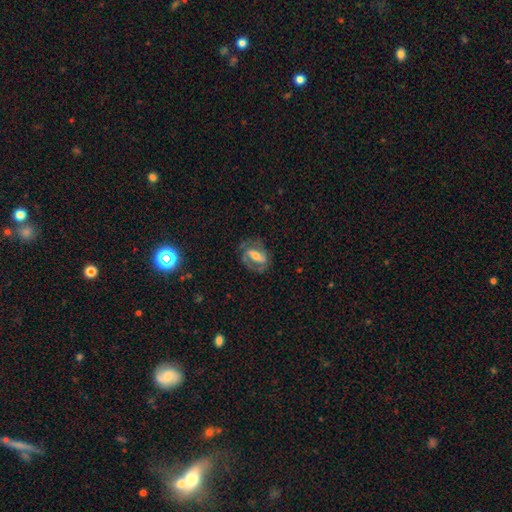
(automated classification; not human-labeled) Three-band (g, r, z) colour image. It shows a featured or disk galaxy (73%) with a strong bar (52%), 2 (81%) medium (47%) spiral arms (83%) and a moderate central bulge (55%). Merging: none (70%).